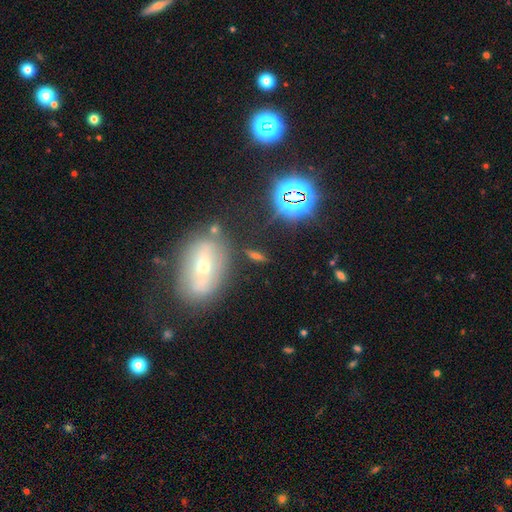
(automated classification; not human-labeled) A smooth galaxy with no disk features (48%). Merging: none (77%).